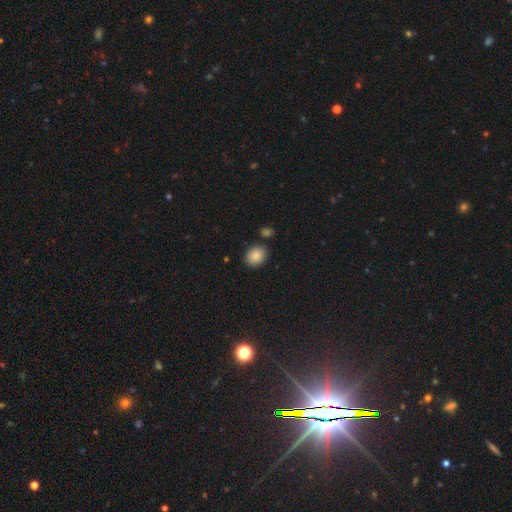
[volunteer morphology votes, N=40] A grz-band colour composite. It shows a smooth galaxy with no disk features (88%) that is in between round and cigar-shaped (60%). Merging: none (89%).